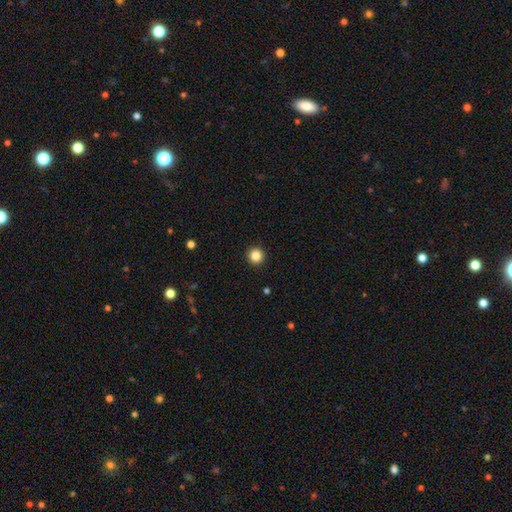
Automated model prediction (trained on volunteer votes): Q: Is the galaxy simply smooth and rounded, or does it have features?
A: smooth — 85%.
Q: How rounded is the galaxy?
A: round — 96%.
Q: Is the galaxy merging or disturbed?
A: none — 93%.